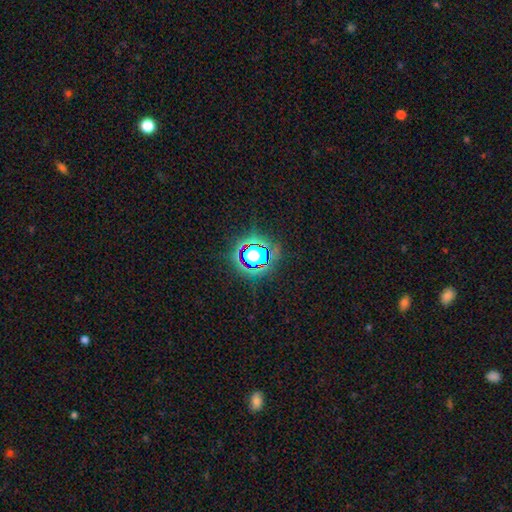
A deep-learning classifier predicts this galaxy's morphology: Smooth or featured?
  - star or artifact: 77% *
  - smooth: 13%
  - featured or disk: 10%